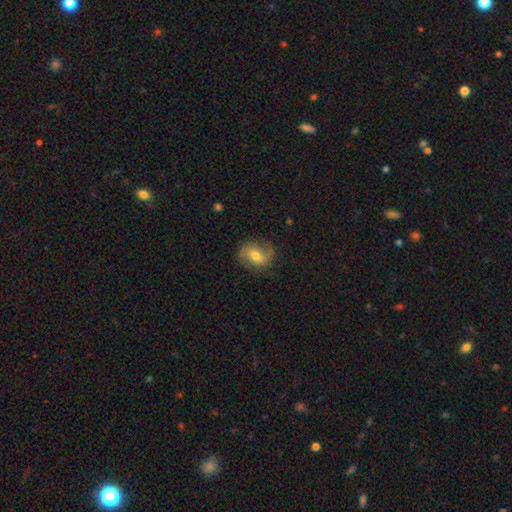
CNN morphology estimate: This is possibly a featured or disk galaxy (54%). It is clearly not viewed edge-on (96%). Bar: marginally weak (41%, tied with no). Spiral arm pattern: clearly yes (85%). Central bulge: likely moderate (64%). Merging: likely none (77%).